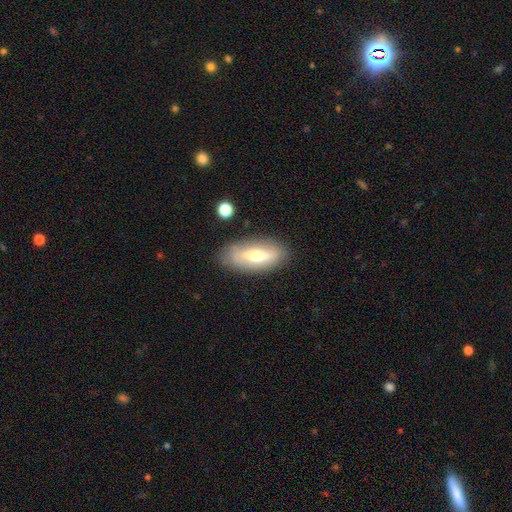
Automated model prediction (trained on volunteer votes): Q: Smooth or featured?
A: featured or disk (48%); runner-up: smooth (45%)
Q: Merging?
A: none (82%); runner-up: minor disturbance (13%)